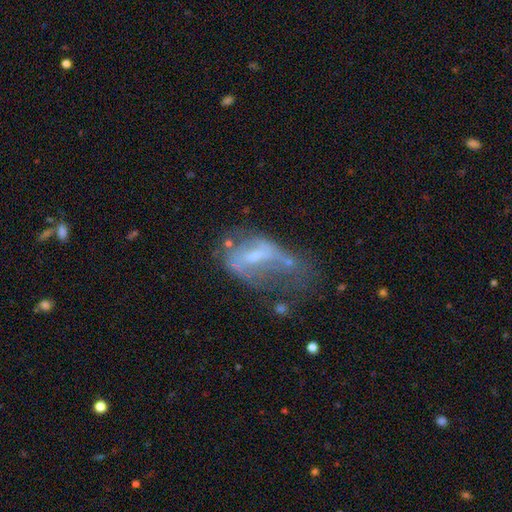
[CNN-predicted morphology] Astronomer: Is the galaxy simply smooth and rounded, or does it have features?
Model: featured or disk — 60%.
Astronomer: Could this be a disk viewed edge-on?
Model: no — 94%.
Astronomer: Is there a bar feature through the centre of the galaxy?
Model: no — 48% (runner-up: weak, 37%).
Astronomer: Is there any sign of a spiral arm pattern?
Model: no — 70%.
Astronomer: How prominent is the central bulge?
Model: small — 39% (runner-up: moderate, 32%).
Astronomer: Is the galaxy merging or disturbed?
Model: major disturbance — 47%.